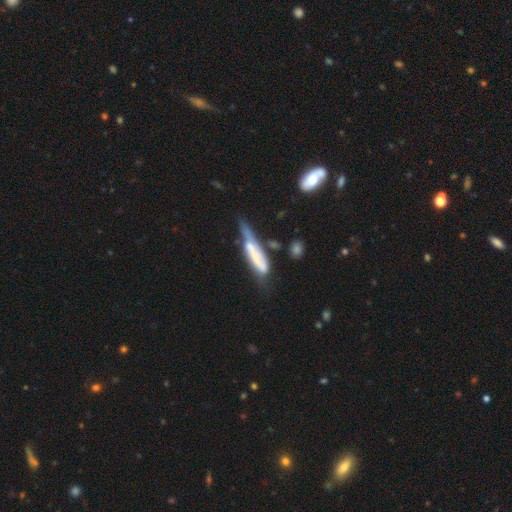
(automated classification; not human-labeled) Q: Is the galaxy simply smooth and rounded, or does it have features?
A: featured or disk — 47%.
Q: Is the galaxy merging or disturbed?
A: minor disturbance — 30%.